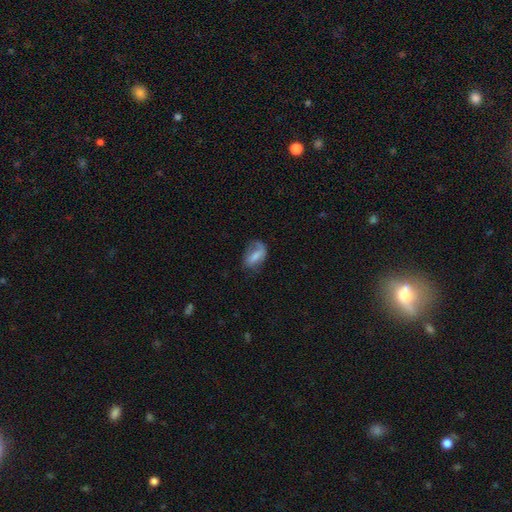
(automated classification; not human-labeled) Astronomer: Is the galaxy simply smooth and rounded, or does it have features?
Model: smooth — 60%.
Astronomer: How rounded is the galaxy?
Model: in between — 86%.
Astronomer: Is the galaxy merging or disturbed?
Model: none — 43% (runner-up: minor disturbance, 31%).